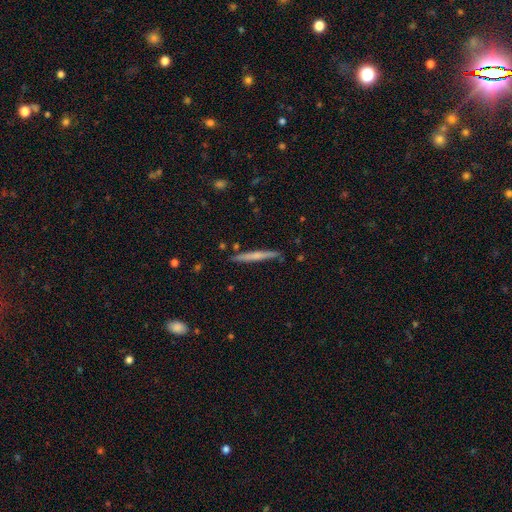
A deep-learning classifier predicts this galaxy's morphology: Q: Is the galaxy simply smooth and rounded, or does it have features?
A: smooth — 48%.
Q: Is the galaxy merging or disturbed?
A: none — 88%.